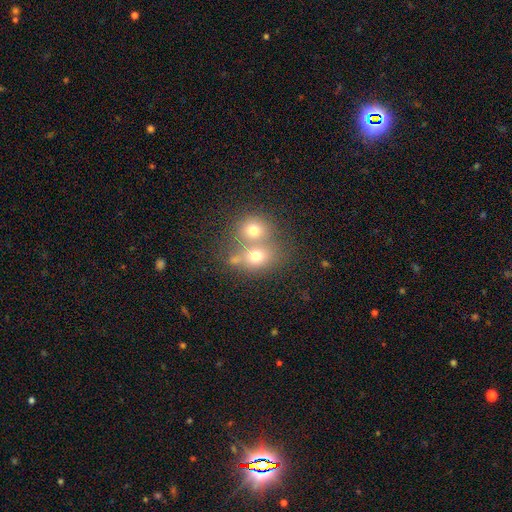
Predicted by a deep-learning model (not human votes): Smooth or featured?
  - smooth: 68% *
  - featured or disk: 18%
  - star or artifact: 14%
How rounded?
  - round: 66% *
  - in between: 33%
  - cigar-shaped: 1%
Merging?
  - merger: 59% *
  - none: 30%
  - minor disturbance: 7%
  - major disturbance: 4%